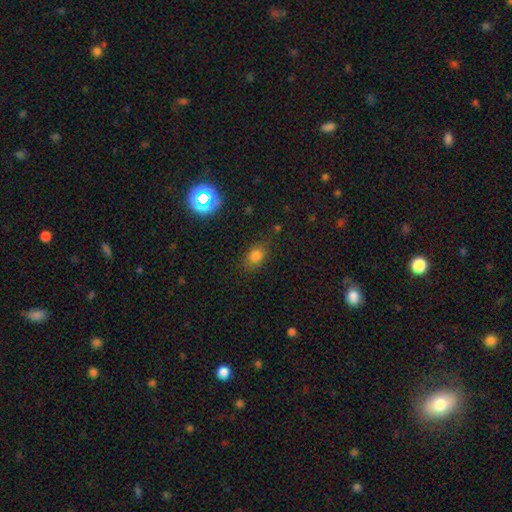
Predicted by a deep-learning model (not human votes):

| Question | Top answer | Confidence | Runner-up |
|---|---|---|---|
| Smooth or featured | smooth | 76% | star or artifact (16%) |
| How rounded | in between | 69% | round (28%) |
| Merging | none | 76% | minor disturbance (17%) |